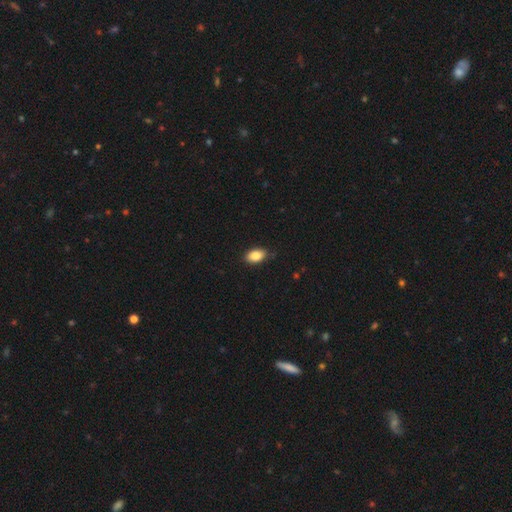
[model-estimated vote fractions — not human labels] Q: Smooth or featured?
A: smooth (85%); runner-up: star or artifact (8%)
Q: How rounded?
A: in between (90%); runner-up: round (8%)
Q: Merging?
A: none (84%); runner-up: minor disturbance (13%)